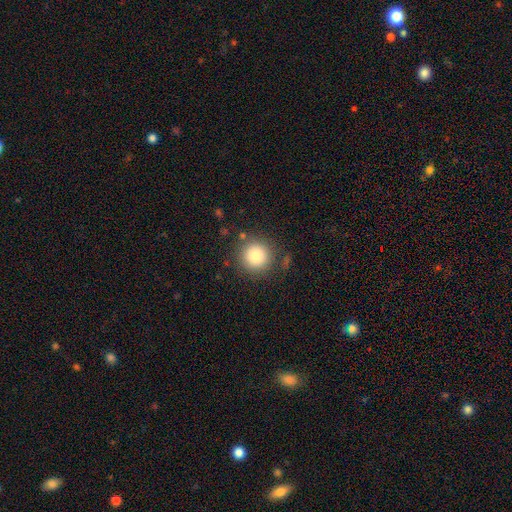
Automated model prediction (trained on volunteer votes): This is clearly a smooth galaxy (82%). How rounded: clearly round (94%). Merging: clearly none (84%).